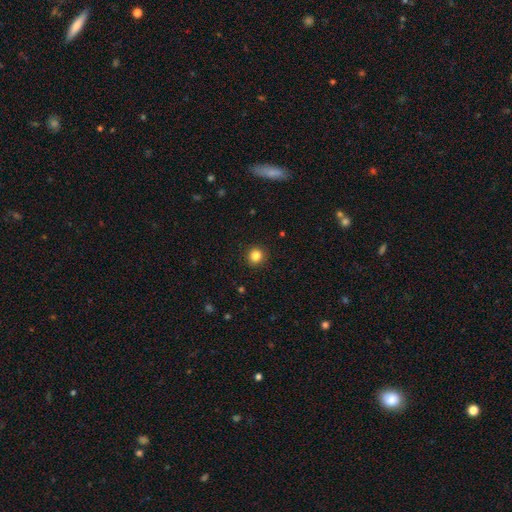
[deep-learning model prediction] This is clearly a smooth galaxy (84%). How rounded: clearly round (93%). Merging: clearly none (92%).